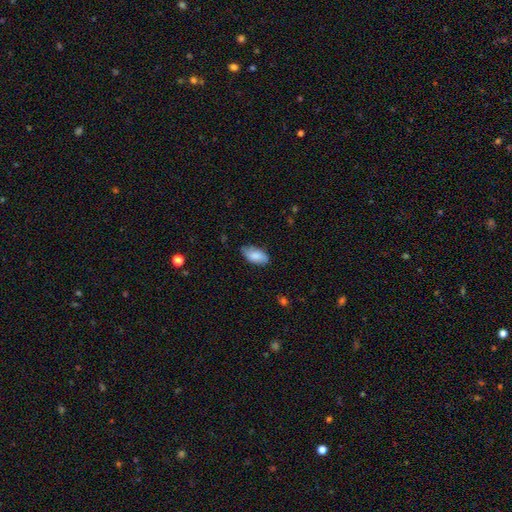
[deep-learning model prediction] This appears to be a smooth galaxy with no disk features (83%) that is in between round and cigar-shaped (93%). Merging: none (75%).